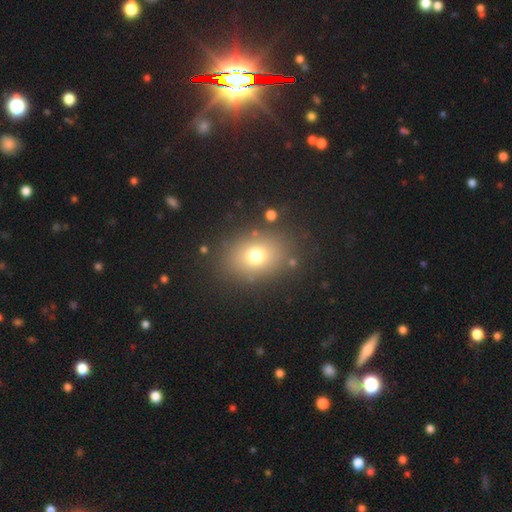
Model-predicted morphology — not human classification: smooth-or-featured: smooth: 72% | star or artifact: 15% | featured or disk: 12%
  how-rounded: in between: 55% | round: 44% | cigar-shaped: 1%
  merging: none: 82% | minor disturbance: 10% | major disturbance: 5% | merger: 3%